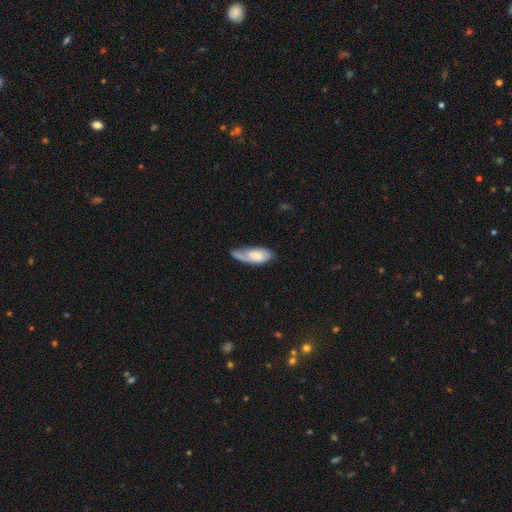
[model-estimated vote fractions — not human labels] A smooth galaxy with no disk features (49%). Merging: none (46%).